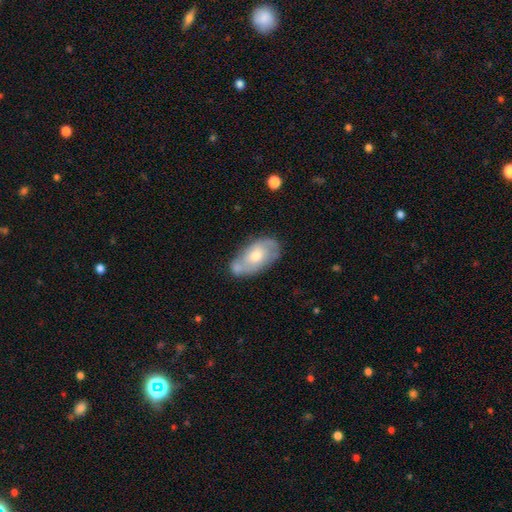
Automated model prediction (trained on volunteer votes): The model was most divided on "smooth or featured": featured or disk: 52%, smooth: 42%, star or artifact: 7%. More confident: edge-on disk — no (92%); merging — none (50%).